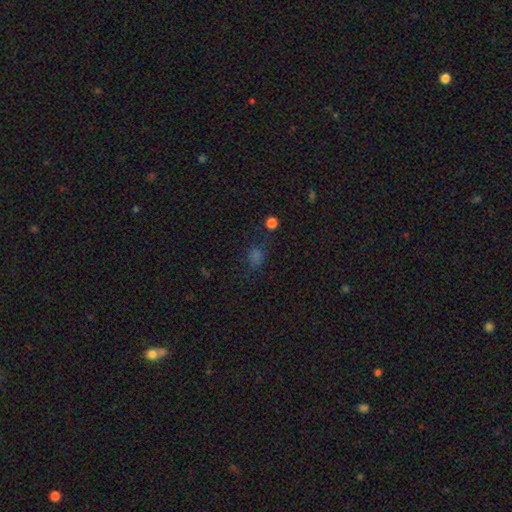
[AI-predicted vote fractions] Overall: smooth (60%; star or artifact 33%). How rounded: round (54%; in between 44%). Merging: none (74%).